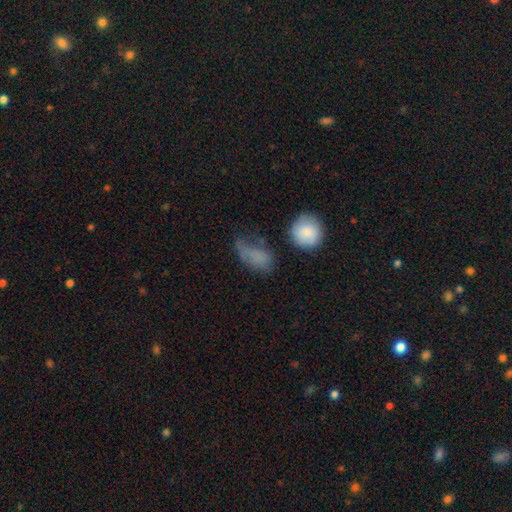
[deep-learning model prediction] Smooth or featured: smooth — 72% (featured or disk — 15%)
How rounded: in between — 76% (round — 19%)
Merging: major disturbance — 33% (none — 31%)